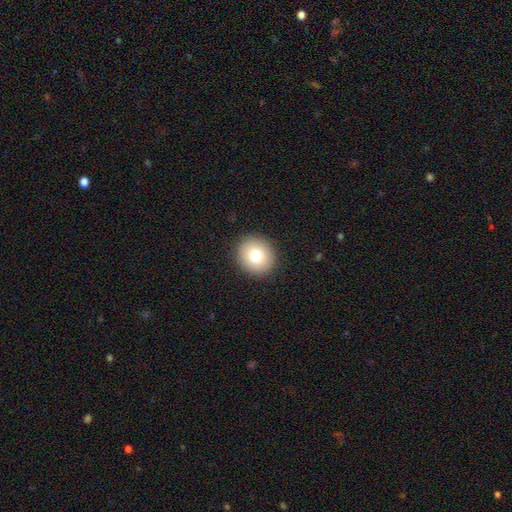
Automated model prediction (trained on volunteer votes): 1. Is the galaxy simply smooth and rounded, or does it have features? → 78% smooth, 12% featured or disk, 10% star or artifact.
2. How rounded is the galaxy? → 85% round, 14% in between, 1% cigar-shaped.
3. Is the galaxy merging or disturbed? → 91% none, 6% minor disturbance, 2% major disturbance, 1% merger.